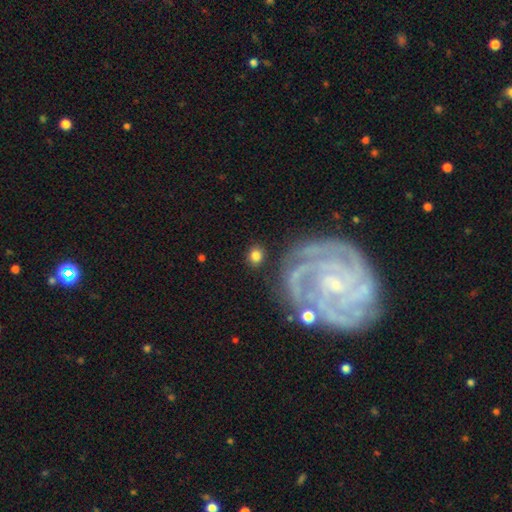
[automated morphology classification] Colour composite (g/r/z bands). It shows a smooth galaxy with no disk features (78%) that is round (68%). Merging: none (83%).